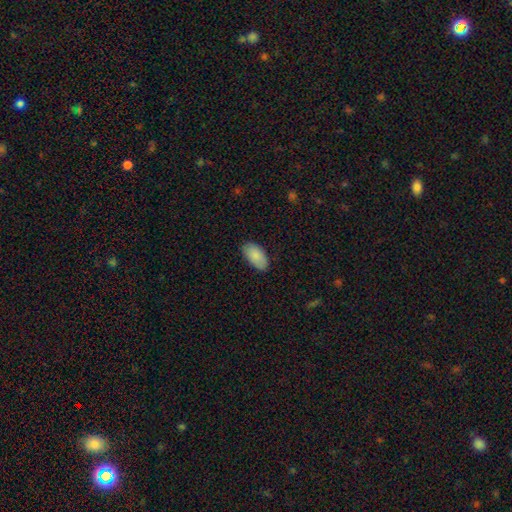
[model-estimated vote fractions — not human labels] smooth 87%, featured or disk 7%, star or artifact 6%. Down the decision tree: how rounded — in between (96%); merging — none (85%).